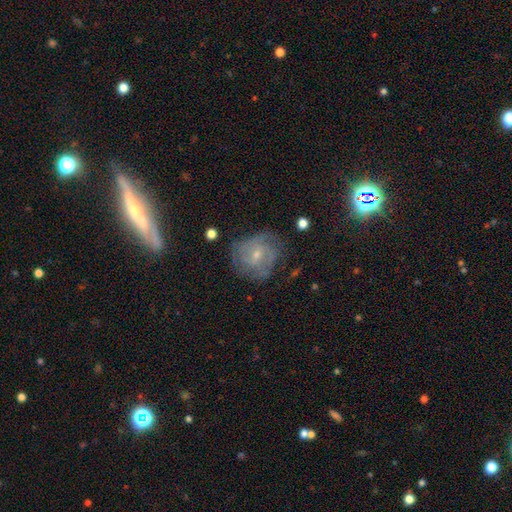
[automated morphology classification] Smooth or featured?
  - featured or disk: 68% *
  - smooth: 22%
  - star or artifact: 10%
Edge-on disk?
  - no: 97% *
  - yes: 3%
Bar?
  - no: 49% *
  - weak: 43%
  - strong: 8%
Spiral arms?
  - yes: 83% *
  - no: 17%
Spiral winding?
  - tight: 49% *
  - medium: 38%
  - loose: 13%
Spiral arm count?
  - can't tell: 43% *
  - 2: 24%
  - 3: 17%
  - 4: 8%
  - 1: 5%
  - more than 4: 4%
Bulge size?
  - small: 63% *
  - moderate: 32%
  - none: 3%
  - large: 1%
  - dominant: 1%
Merging?
  - none: 65% *
  - minor disturbance: 22%
  - major disturbance: 12%
  - merger: 2%